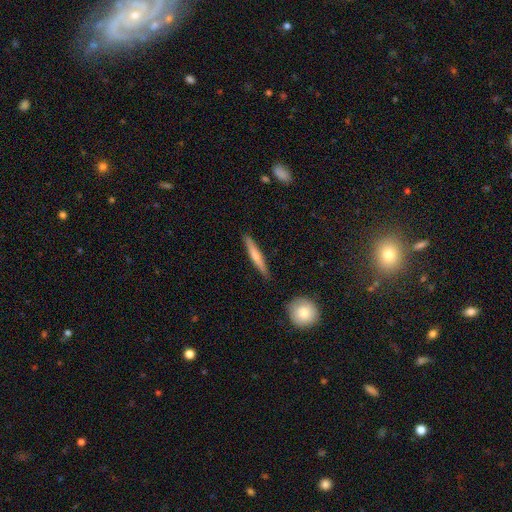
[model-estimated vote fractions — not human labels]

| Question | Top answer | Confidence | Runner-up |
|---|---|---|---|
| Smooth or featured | smooth | 57% | featured or disk (38%) |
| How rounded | cigar-shaped | 94% | in between (5%) |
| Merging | none | 89% | minor disturbance (8%) |